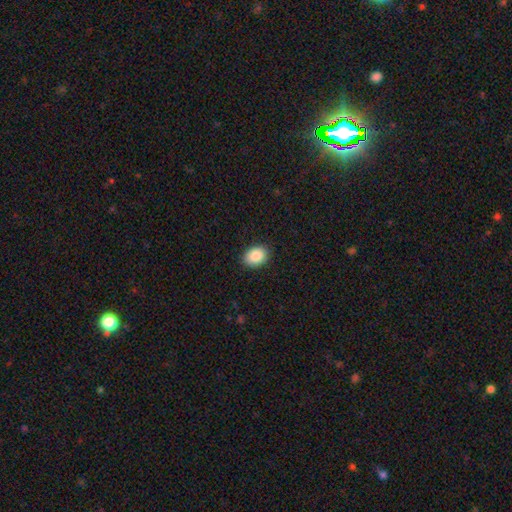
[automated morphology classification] Smooth or featured? smooth (88%)
How rounded? in between (70%)
Merging? none (87%)